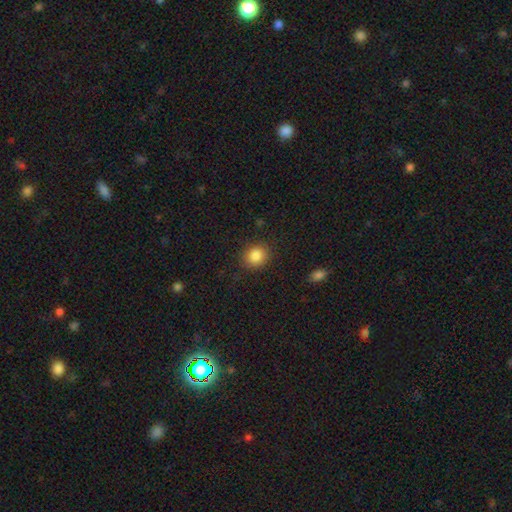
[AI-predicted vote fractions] Smooth or featured? smooth (86%)
How rounded? round (76%)
Merging? none (87%)